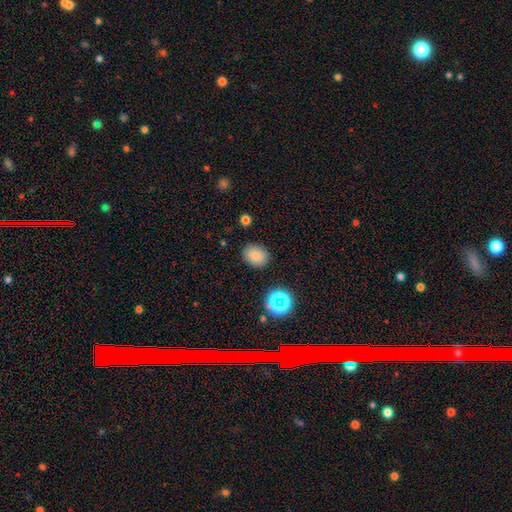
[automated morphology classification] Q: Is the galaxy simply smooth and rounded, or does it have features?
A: smooth — 80%.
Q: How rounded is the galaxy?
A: in between — 52%.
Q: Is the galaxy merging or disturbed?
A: none — 86%.